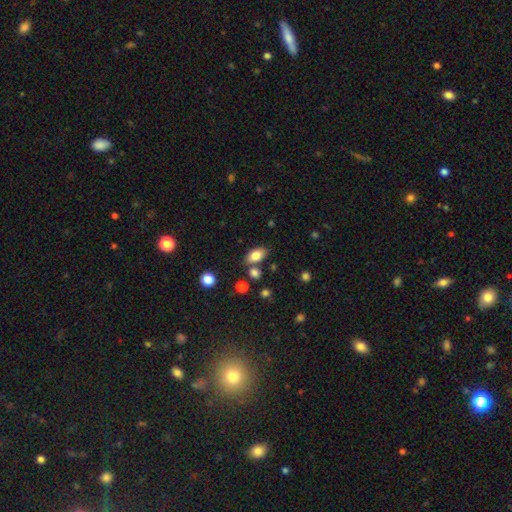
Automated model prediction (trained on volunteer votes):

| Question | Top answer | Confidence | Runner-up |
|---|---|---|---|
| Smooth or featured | smooth | 81% | featured or disk (10%) |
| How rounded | in between | 89% | round (8%) |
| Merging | none | 73% | minor disturbance (13%) |